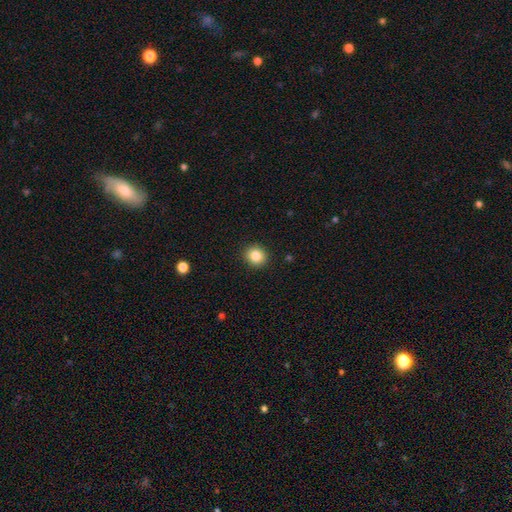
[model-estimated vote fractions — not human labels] Smooth or featured?
  - smooth: 85% *
  - star or artifact: 10%
  - featured or disk: 5%
How rounded?
  - round: 86% *
  - in between: 13%
  - cigar-shaped: 1%
Merging?
  - none: 92% *
  - minor disturbance: 6%
  - major disturbance: 2%
  - merger: 1%